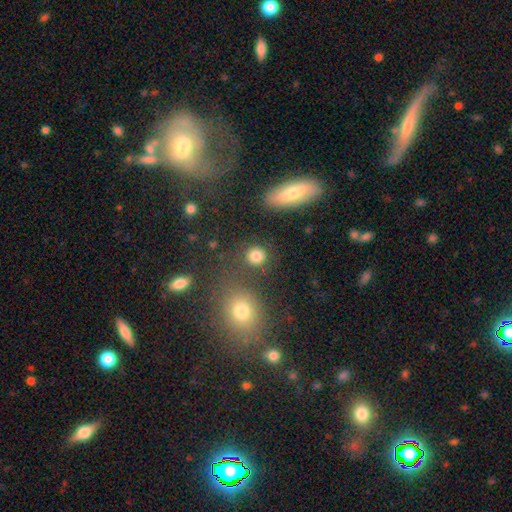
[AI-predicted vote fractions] A smooth galaxy with no disk features (82%) that is round (84%). Merging: none (80%).